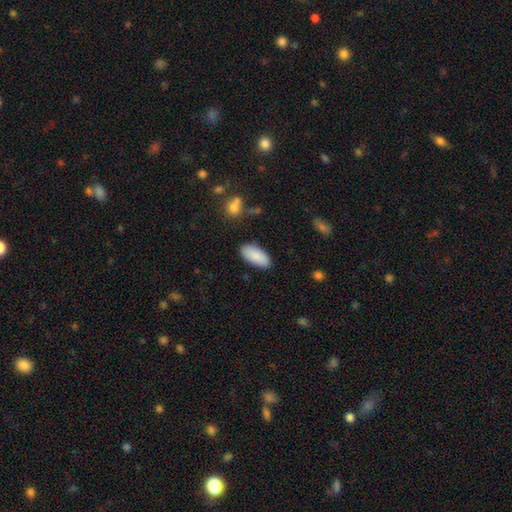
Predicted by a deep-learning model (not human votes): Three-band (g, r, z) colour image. It shows a smooth galaxy with no disk features (89%) that is in between round and cigar-shaped (91%). Merging: none (87%).